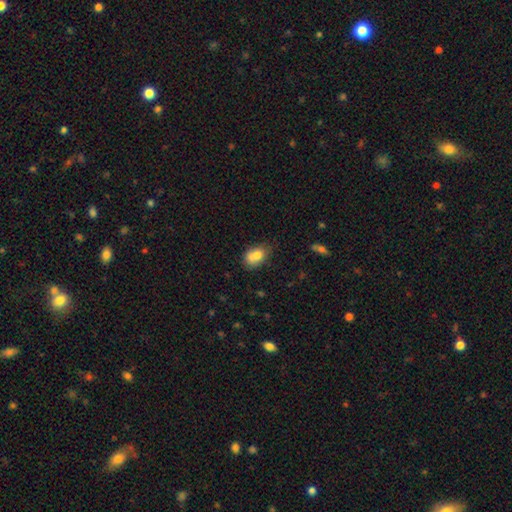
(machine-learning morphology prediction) Smooth or featured: smooth — 75% (featured or disk — 16%)
How rounded: in between — 74% (round — 24%)
Merging: none — 40% (merger — 33%)